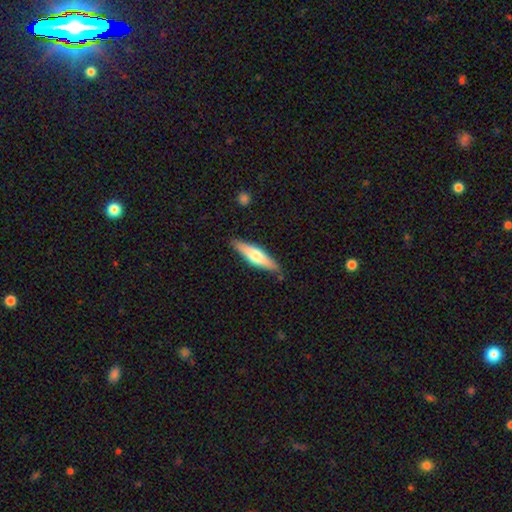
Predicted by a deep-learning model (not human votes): The model was most divided on "smooth or featured": smooth: 52%, featured or disk: 42%, star or artifact: 5%. More confident: merging — none (85%); how rounded — cigar-shaped (71%).